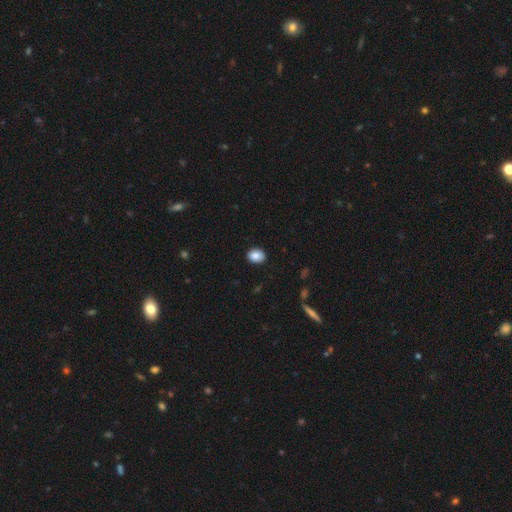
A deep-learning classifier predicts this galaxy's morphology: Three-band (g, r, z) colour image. It shows a smooth galaxy with no disk features (88%) that is in between round and cigar-shaped (53%). Merging: none (89%).